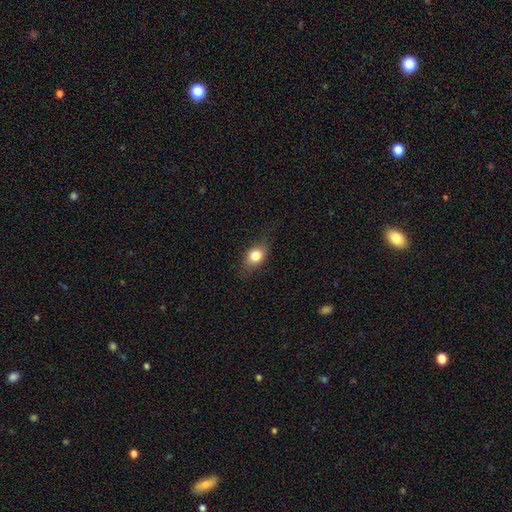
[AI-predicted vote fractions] Smooth or featured? smooth (77%)
How rounded? in between (62%)
Merging? none (73%)